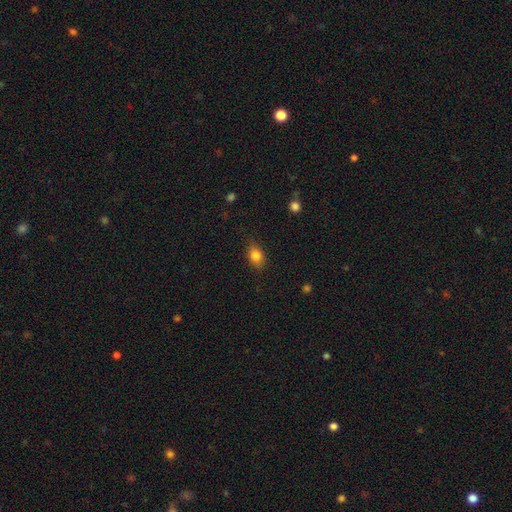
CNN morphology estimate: This appears to be a smooth galaxy with no disk features (83%) that is in between round and cigar-shaped (74%). Merging: none (83%).